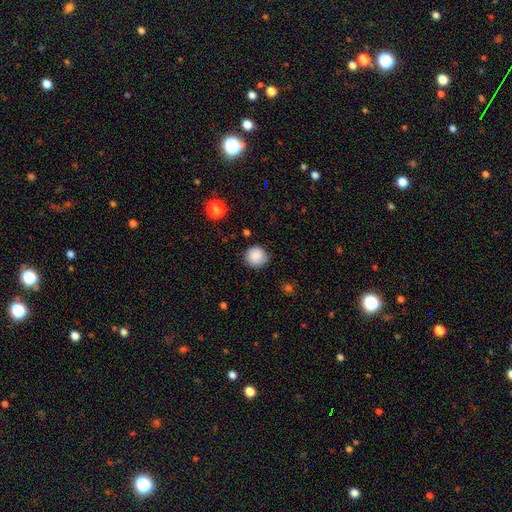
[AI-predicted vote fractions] smooth_or_featured: smooth (p=0.87) [alt: star or artifact p=0.09]
how_rounded: round (p=0.94) [alt: in between p=0.05]
merging: none (p=0.87) [alt: minor disturbance p=0.10]